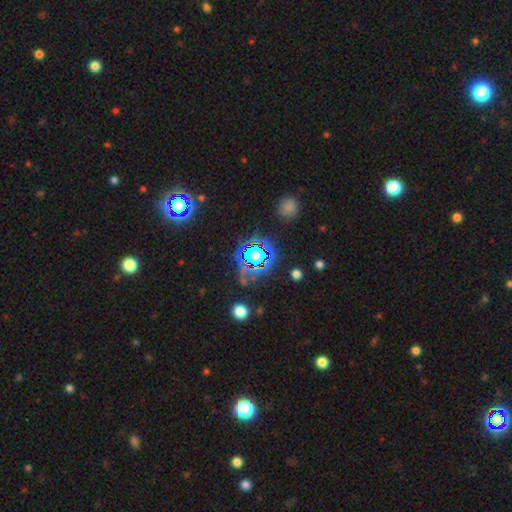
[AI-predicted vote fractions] This is likely a star or artifact rather than a galaxy (62%).